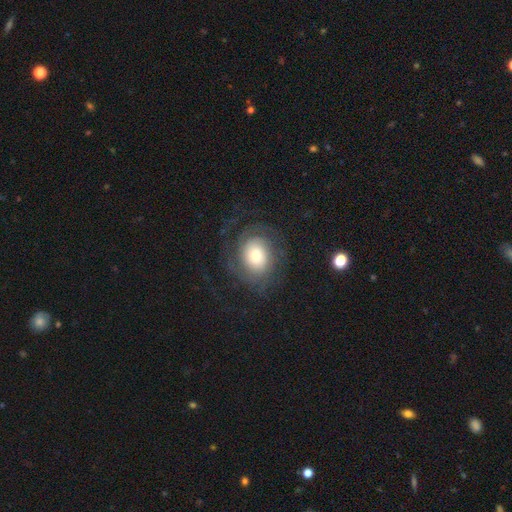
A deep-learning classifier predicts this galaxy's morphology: This is likely a featured or disk galaxy (67%). It is clearly not viewed edge-on (97%). Bar: likely no (76%). Spiral arm pattern: clearly yes (88%). Spiral arm count: marginally 2 (34%). Spiral winding: possibly tight (52%). Central bulge: marginally moderate (43%). Merging: likely none (68%).